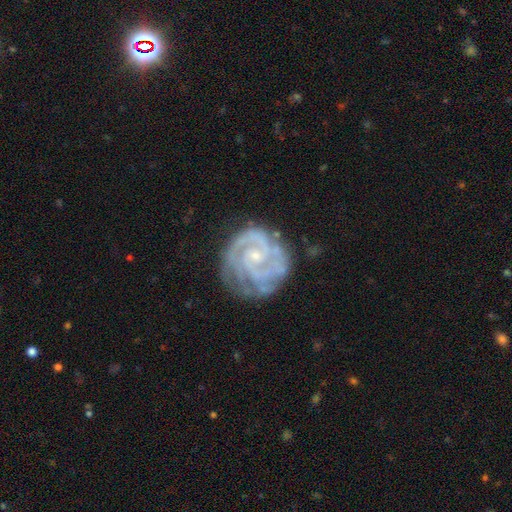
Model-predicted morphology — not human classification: A featured or disk galaxy (88%) with no bar (62%), 2 (43%) tight (68%) spiral arms (97%) and a small central bulge (73%).

Vote fractions:
- Smooth or featured? featured or disk: 88% / smooth: 6% / star or artifact: 6%
- Edge-on disk? no: 98% / yes: 2%
- Bar? no: 62% / weak: 31% / strong: 7%
- Spiral arms? yes: 97% / no: 3%
- Spiral winding? tight: 68% / medium: 28% / loose: 4%
- Spiral arm count? 2: 43% / 3: 24% / can't tell: 17% / 4: 7% / 1: 5% / more than 4: 4%
- Bulge size? small: 73% / moderate: 21% / none: 5% / large: 1% / dominant: 1%
- Merging? none: 69% / minor disturbance: 20% / major disturbance: 9% / merger: 2%